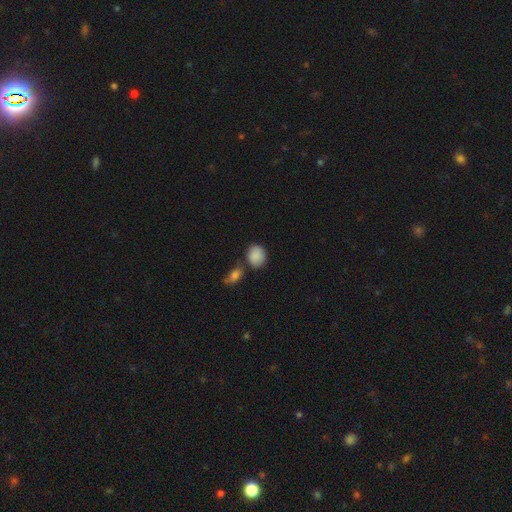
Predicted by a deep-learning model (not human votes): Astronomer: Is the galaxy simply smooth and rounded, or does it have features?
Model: smooth — 86%.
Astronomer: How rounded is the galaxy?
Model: round — 57% (runner-up: in between, 42%).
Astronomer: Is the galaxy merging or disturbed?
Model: none — 64%.